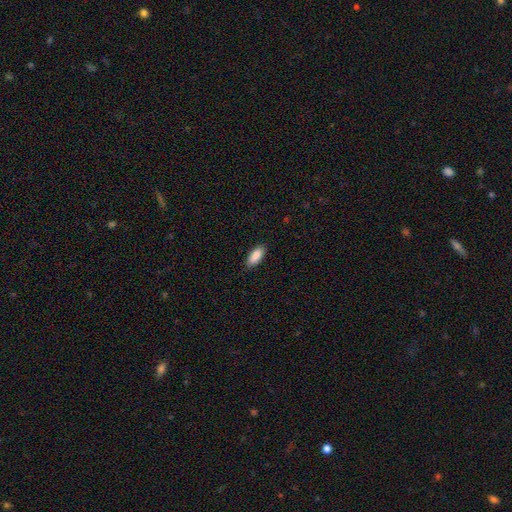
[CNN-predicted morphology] type=smooth (90%); roundness=in between (83%); merging=none (87%).